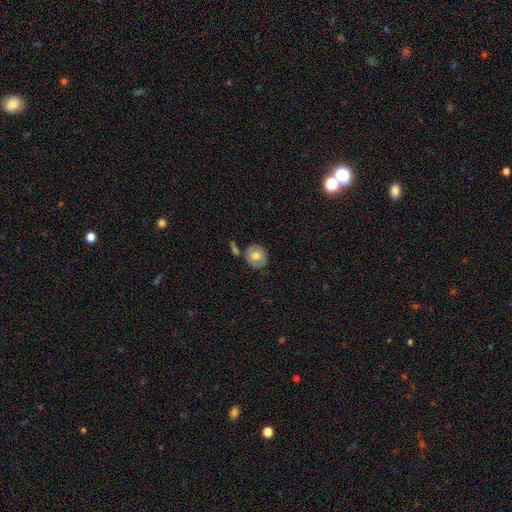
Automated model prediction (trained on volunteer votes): Smooth or featured?
  - smooth: 73% *
  - featured or disk: 19%
  - star or artifact: 8%
How rounded?
  - round: 87% *
  - in between: 12%
  - cigar-shaped: 1%
Merging?
  - none: 74% *
  - minor disturbance: 13%
  - merger: 10%
  - major disturbance: 3%